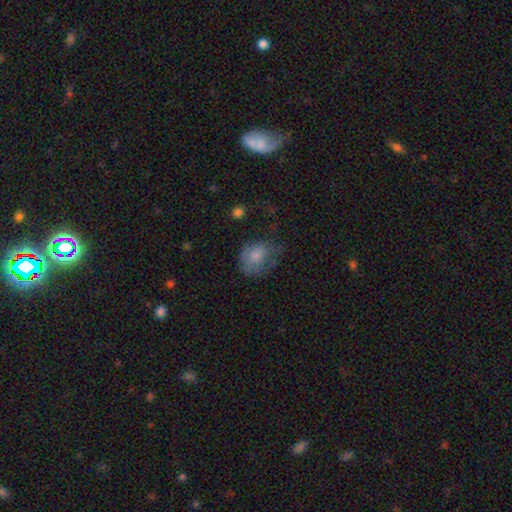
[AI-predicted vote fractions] smooth-or-featured: smooth: 72% | featured or disk: 19% | star or artifact: 9%
  how-rounded: in between: 54% | round: 45% | cigar-shaped: 1%
  merging: none: 38% | minor disturbance: 30% | major disturbance: 29% | merger: 2%